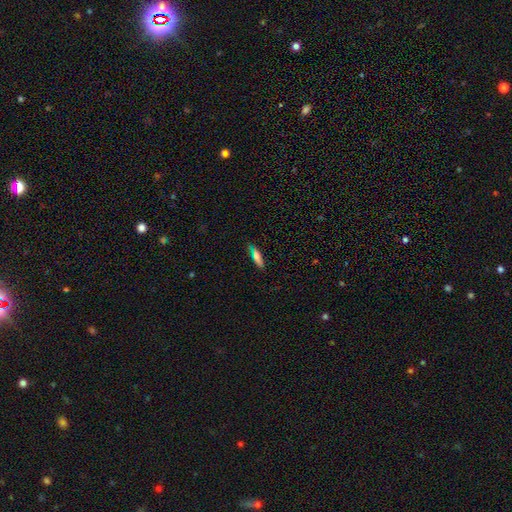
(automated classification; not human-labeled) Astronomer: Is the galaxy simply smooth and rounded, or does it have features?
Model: smooth — 69%.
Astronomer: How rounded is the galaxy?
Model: cigar-shaped — 68%.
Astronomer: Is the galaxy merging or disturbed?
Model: none — 79%.